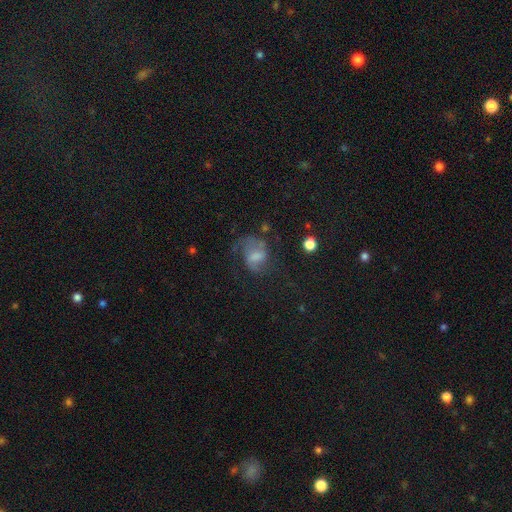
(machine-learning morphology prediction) A featured or disk galaxy (53%) with a weak bar (49%), spiral arms (79%) and a moderate central bulge (33%). Merging: none (44%).